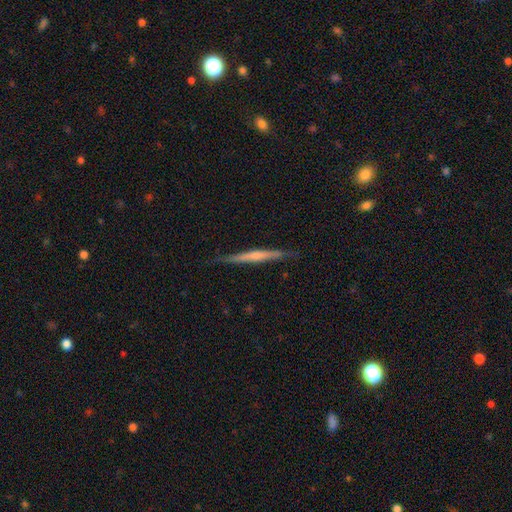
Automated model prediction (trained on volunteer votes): This is possibly a featured or disk galaxy (59%). It is clearly viewed edge-on (97%). Edge-on bulge: possibly none (50%). Merging: clearly none (86%).